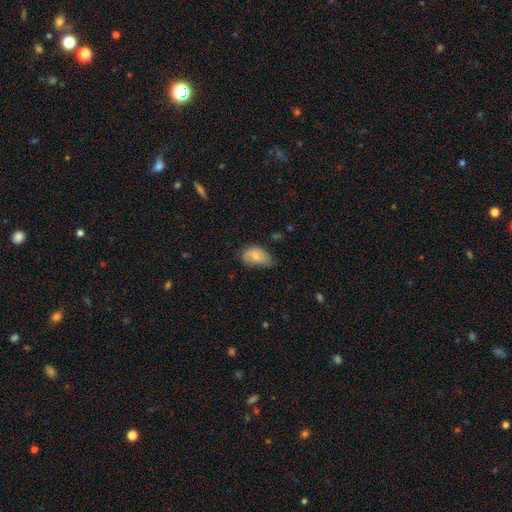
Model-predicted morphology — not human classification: Smooth or featured?
  - smooth: 69% *
  - featured or disk: 24%
  - star or artifact: 7%
How rounded?
  - in between: 88% *
  - round: 10%
  - cigar-shaped: 2%
Merging?
  - minor disturbance: 45% *
  - none: 36%
  - major disturbance: 16%
  - merger: 2%